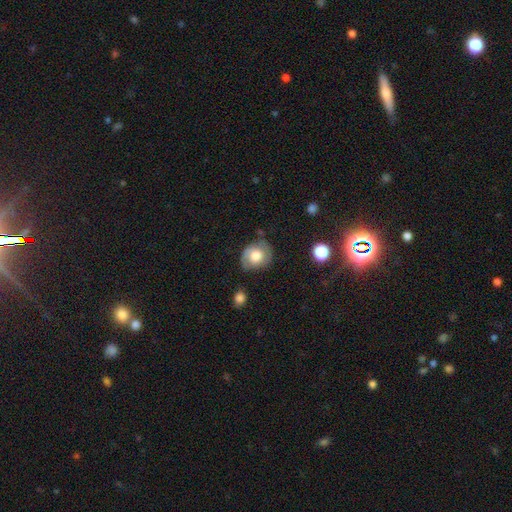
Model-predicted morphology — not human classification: A smooth galaxy with no disk features (50%) that is round (67%). Merging: none (63%).